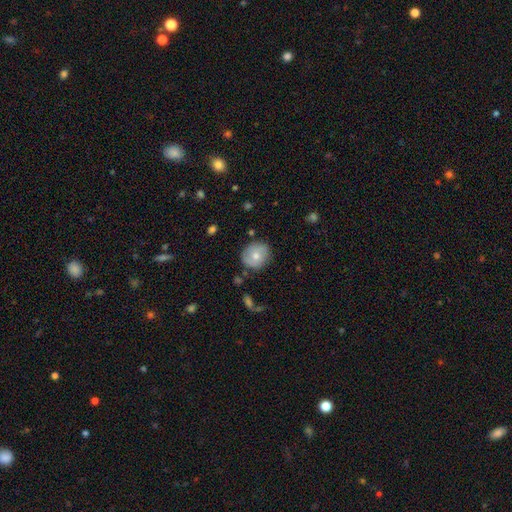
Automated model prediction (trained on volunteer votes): A smooth galaxy with no disk features (68%) that is round (81%). Merging: none (80%).